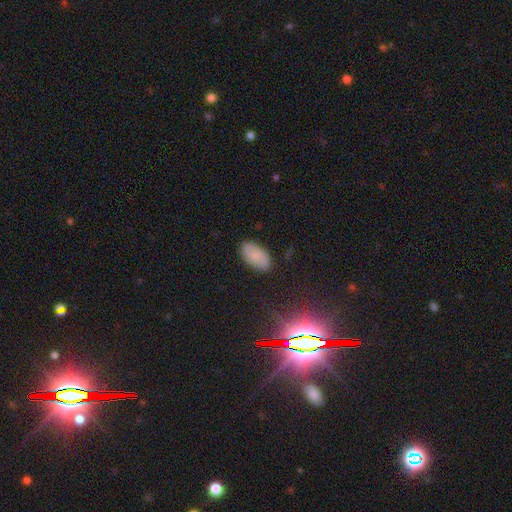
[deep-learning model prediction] smooth 65%, featured or disk 25%, star or artifact 10%. Down the decision tree: how rounded — in between (93%); merging — none (83%).